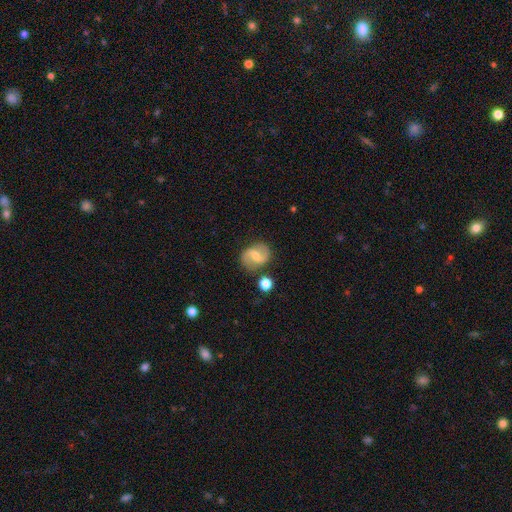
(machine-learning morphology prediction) A featured or disk galaxy (76%) with a weak bar (51%), 2 (92%) medium (47%) spiral arms (94%) and a moderate central bulge (47%).

Vote fractions:
- Smooth or featured? featured or disk: 76% / smooth: 17% / star or artifact: 7%
- Edge-on disk? no: 98% / yes: 2%
- Bar? weak: 51% / no: 28% / strong: 21%
- Spiral arms? yes: 94% / no: 6%
- Spiral winding? medium: 47% / loose: 39% / tight: 14%
- Spiral arm count? 2: 92% / can't tell: 3% / 1: 2% / 3: 1% / 4: 1% / more than 4: 1%
- Bulge size? moderate: 47% / small: 42% / none: 7% / large: 3% / dominant: 1%
- Merging? none: 81% / minor disturbance: 12% / merger: 4% / major disturbance: 3%